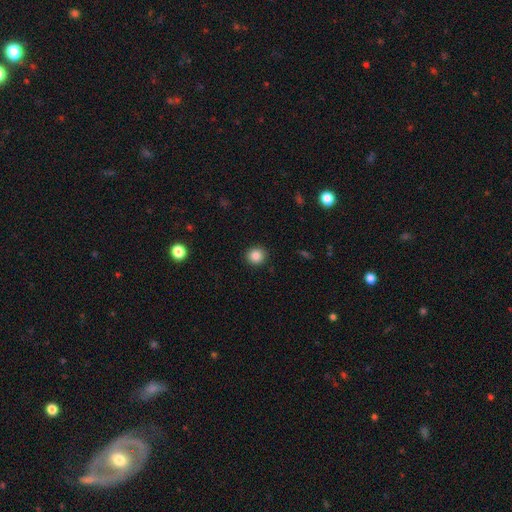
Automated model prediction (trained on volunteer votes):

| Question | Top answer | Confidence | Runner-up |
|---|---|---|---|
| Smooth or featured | smooth | 86% | star or artifact (10%) |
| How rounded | round | 90% | in between (9%) |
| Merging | none | 92% | minor disturbance (5%) |